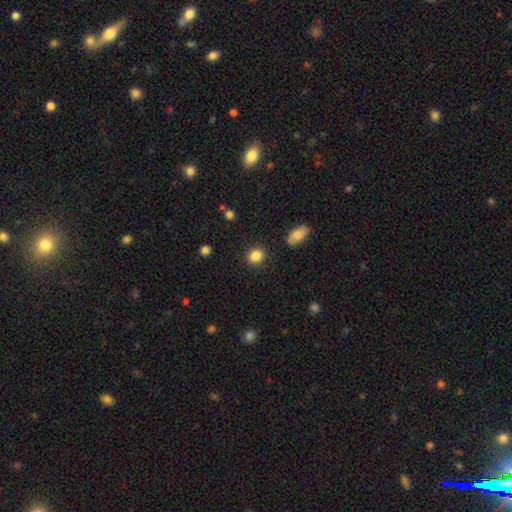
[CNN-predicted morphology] smooth_or_featured: smooth (p=0.87) [alt: star or artifact p=0.09]
how_rounded: round (p=0.63) [alt: in between p=0.36]
merging: none (p=0.86) [alt: minor disturbance p=0.09]